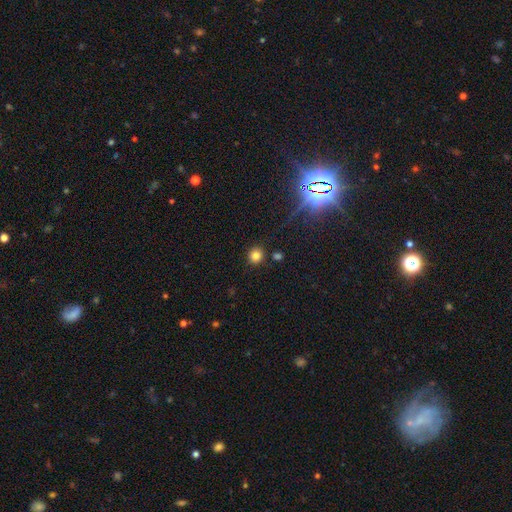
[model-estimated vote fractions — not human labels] Smooth or featured? smooth (80%)
How rounded? round (89%)
Merging? none (86%)